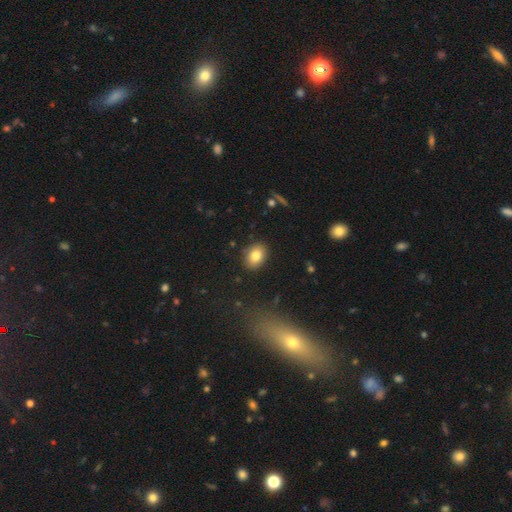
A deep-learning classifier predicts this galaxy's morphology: smooth_or_featured: smooth (p=0.81) [alt: featured or disk p=0.10]
how_rounded: in between (p=0.73) [alt: round p=0.26]
merging: none (p=0.88) [alt: minor disturbance p=0.09]